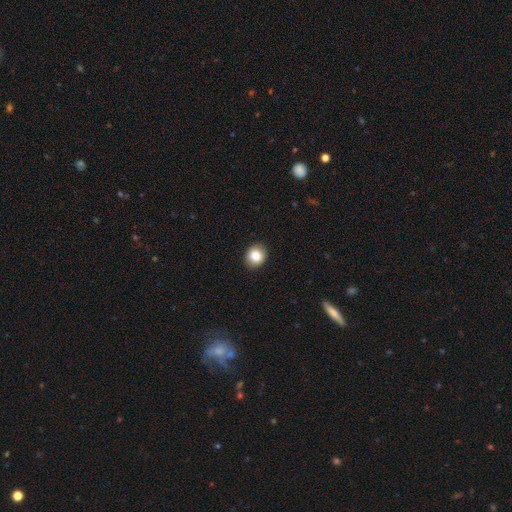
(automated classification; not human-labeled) Smooth or featured?
  - smooth: 84% *
  - star or artifact: 9%
  - featured or disk: 7%
How rounded?
  - round: 72% *
  - in between: 27%
  - cigar-shaped: 1%
Merging?
  - none: 90% *
  - minor disturbance: 7%
  - major disturbance: 2%
  - merger: 1%